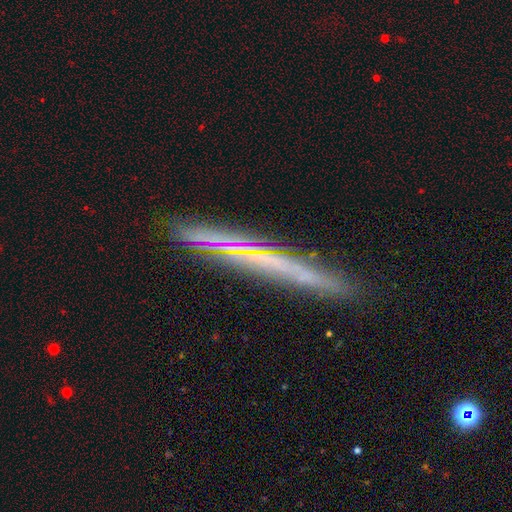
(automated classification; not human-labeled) smooth-or-featured: featured or disk: 60% | smooth: 32% | star or artifact: 8%
  disk-edge-on: yes: 93% | no: 7%
    edge-on-bulge: none: 91% | rounded: 6% | boxy: 3%
  merging: none: 84% | minor disturbance: 12% | major disturbance: 2% | merger: 2%